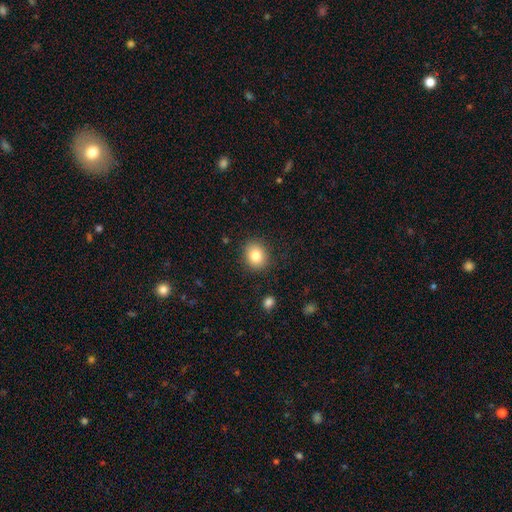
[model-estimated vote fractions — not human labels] Smooth or featured? Predicted: smooth (p=0.83). How rounded? Predicted: round (p=0.68). Merging? Predicted: none (p=0.88).